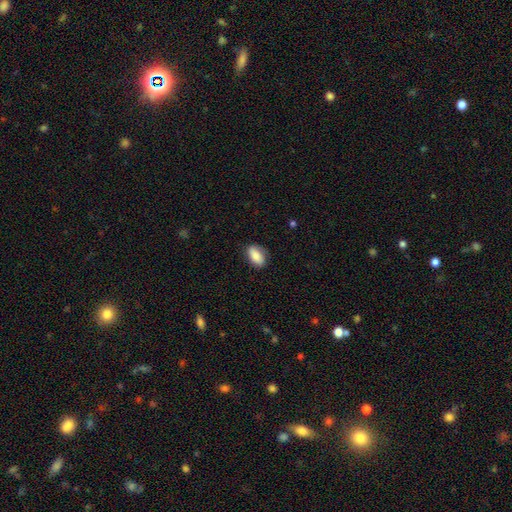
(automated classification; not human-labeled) smooth_or_featured: smooth (p=0.81) [alt: featured or disk p=0.12]
how_rounded: in between (p=0.91) [alt: round p=0.06]
merging: none (p=0.78) [alt: minor disturbance p=0.17]